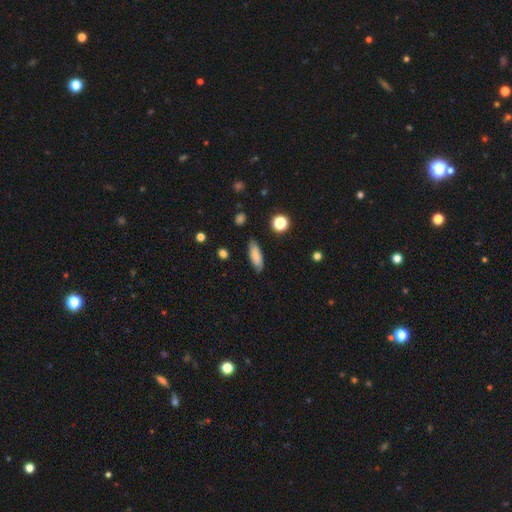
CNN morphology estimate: This is likely a smooth galaxy (75%). How rounded: likely in between (63%). Merging: likely none (79%).